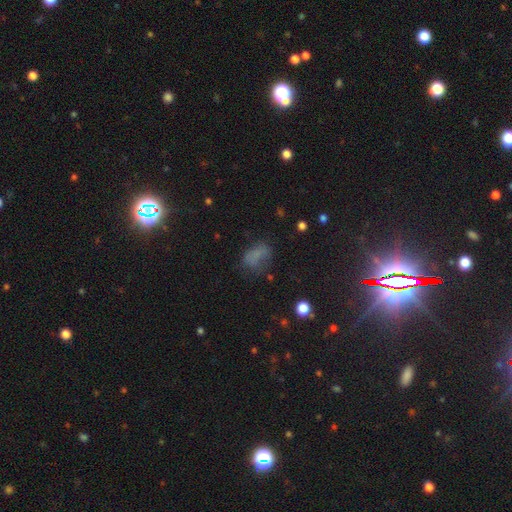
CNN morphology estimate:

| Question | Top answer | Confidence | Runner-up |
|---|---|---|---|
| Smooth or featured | smooth | 63% | star or artifact (21%) |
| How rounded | in between | 82% | round (14%) |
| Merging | none | 45% | minor disturbance (27%) |